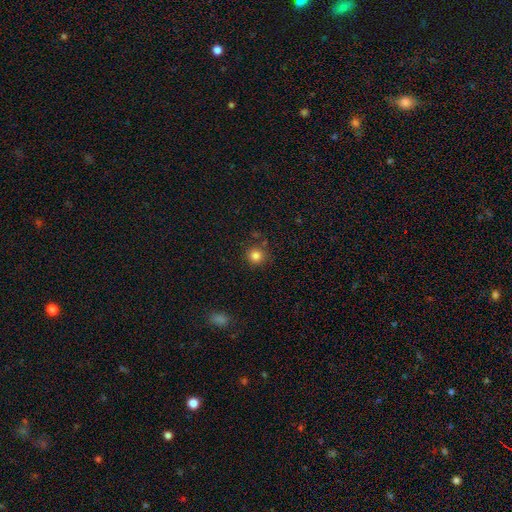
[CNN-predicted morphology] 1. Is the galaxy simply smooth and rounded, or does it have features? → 83% smooth, 12% star or artifact, 5% featured or disk.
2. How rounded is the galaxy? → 93% round, 6% in between, 1% cigar-shaped.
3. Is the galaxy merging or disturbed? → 84% none, 9% minor disturbance, 4% merger, 3% major disturbance.